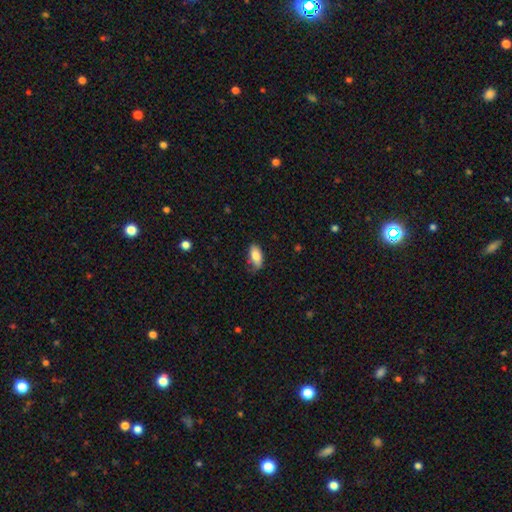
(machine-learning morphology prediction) Smooth or featured: smooth — 80% (featured or disk — 13%)
How rounded: in between — 88% (cigar-shaped — 8%)
Merging: none — 65% (minor disturbance — 27%)